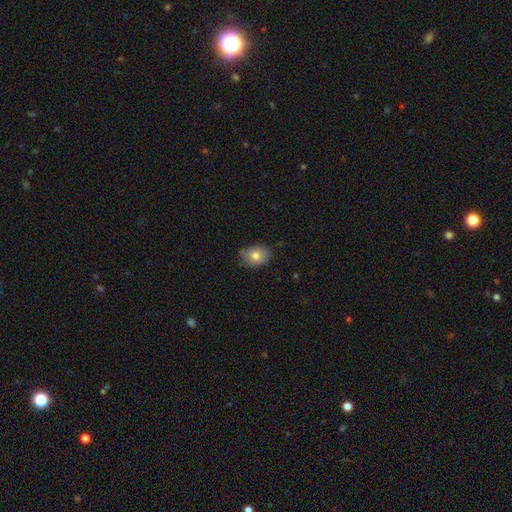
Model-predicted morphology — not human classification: Smooth or featured? Predicted: smooth (p=0.79). How rounded? Predicted: in between (p=0.60). Merging? Predicted: none (p=0.72).